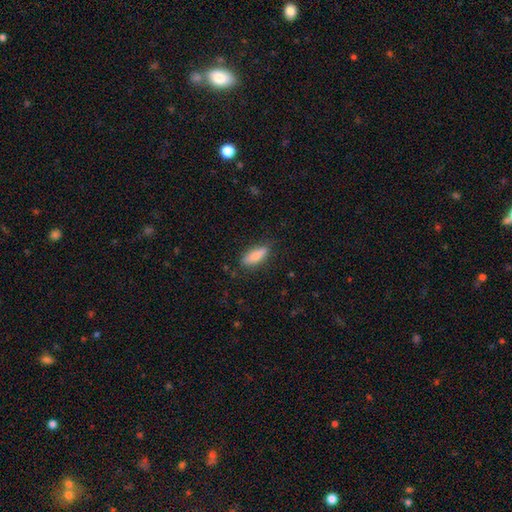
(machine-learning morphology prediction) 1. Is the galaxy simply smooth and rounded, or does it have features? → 77% smooth, 16% featured or disk, 7% star or artifact.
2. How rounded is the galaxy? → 62% in between, 36% cigar-shaped, 2% round.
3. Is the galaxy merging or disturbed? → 79% none, 16% minor disturbance, 4% major disturbance, 1% merger.